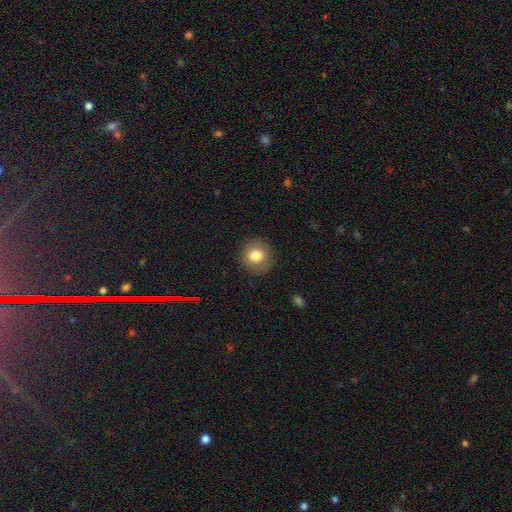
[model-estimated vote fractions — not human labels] Overall: smooth (79%). How rounded: round (89%). Merging: none (89%).